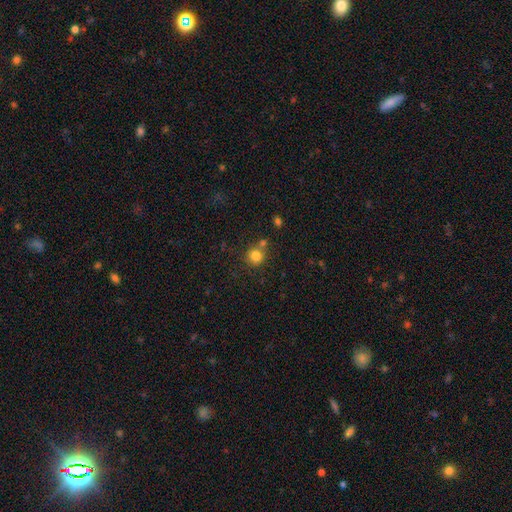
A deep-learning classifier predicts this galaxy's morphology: This appears to be a smooth galaxy with no disk features (81%) that is round (90%). Merging: none (68%).